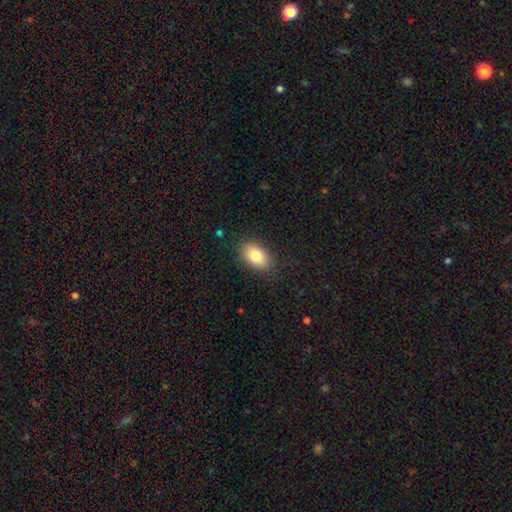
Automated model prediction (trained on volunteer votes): This appears to be a smooth galaxy with no disk features (81%) that is in between round and cigar-shaped (88%). Merging: none (85%).